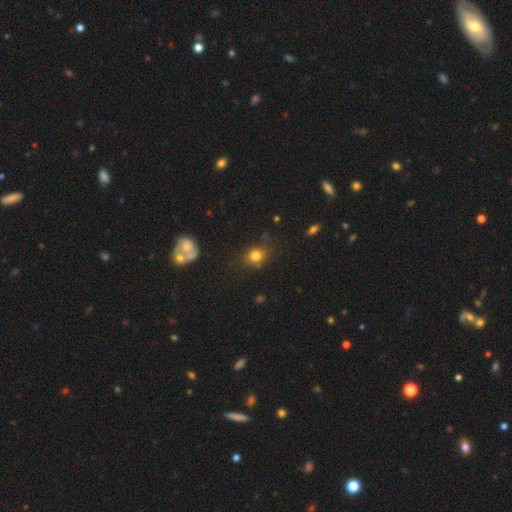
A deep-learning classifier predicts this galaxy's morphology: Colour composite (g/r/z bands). It shows a smooth galaxy with no disk features (80%) that is round (71%). Merging: none (79%).